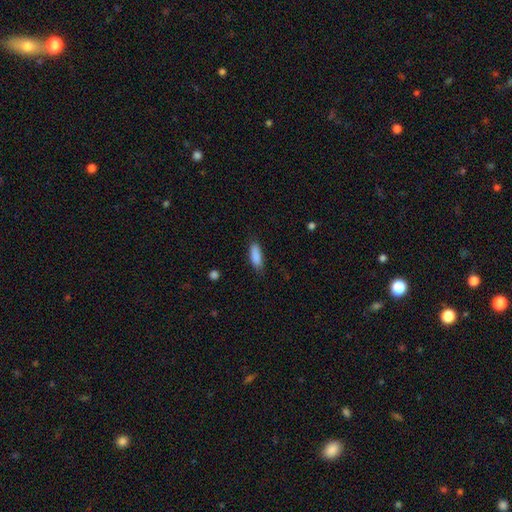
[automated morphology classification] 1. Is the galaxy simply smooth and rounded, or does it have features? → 88% smooth, 7% star or artifact, 5% featured or disk.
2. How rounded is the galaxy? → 67% in between, 31% cigar-shaped, 2% round.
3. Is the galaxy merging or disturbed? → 78% none, 17% minor disturbance, 3% major disturbance, 1% merger.